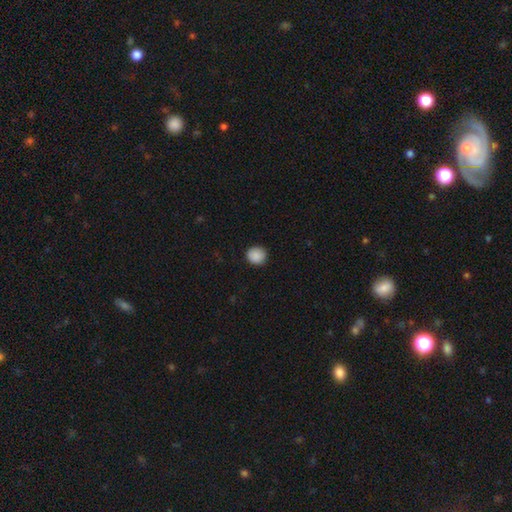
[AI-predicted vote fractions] Q: Smooth or featured?
A: smooth (89%); runner-up: star or artifact (8%)
Q: How rounded?
A: round (89%); runner-up: in between (10%)
Q: Merging?
A: none (90%); runner-up: minor disturbance (7%)